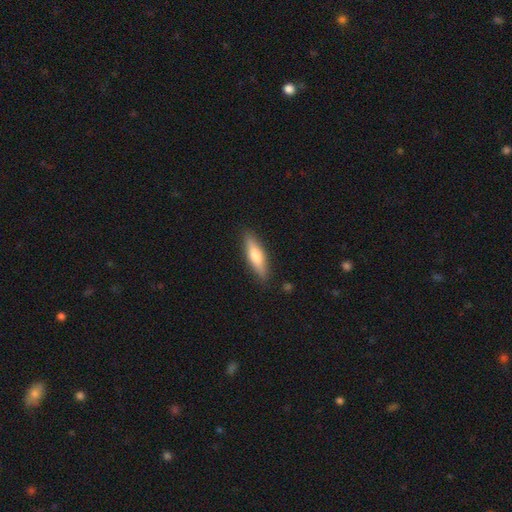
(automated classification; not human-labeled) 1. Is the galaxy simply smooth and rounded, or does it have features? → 60% smooth, 34% featured or disk, 6% star or artifact.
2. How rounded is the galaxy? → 65% cigar-shaped, 33% in between, 2% round.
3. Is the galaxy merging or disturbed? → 87% none, 10% minor disturbance, 2% major disturbance, 1% merger.